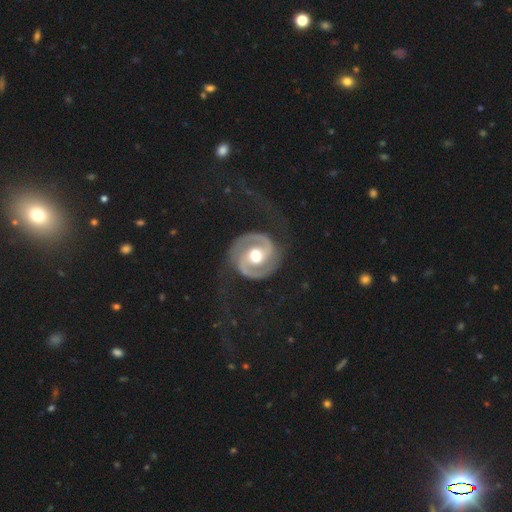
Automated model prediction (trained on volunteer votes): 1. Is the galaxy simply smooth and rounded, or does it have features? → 89% featured or disk, 7% smooth, 4% star or artifact.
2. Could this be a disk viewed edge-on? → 98% no, 2% yes.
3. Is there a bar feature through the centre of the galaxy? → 44% no, 36% weak, 20% strong.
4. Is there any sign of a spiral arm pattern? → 96% yes, 4% no.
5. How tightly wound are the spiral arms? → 49% medium, 37% tight, 14% loose.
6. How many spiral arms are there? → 93% 2, 2% 1, 2% can't tell, 1% 3, 1% 4, 1% more than 4.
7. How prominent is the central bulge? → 64% moderate, 29% large, 4% small, 2% dominant, 1% none.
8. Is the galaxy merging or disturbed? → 75% none, 13% minor disturbance, 10% major disturbance, 1% merger.